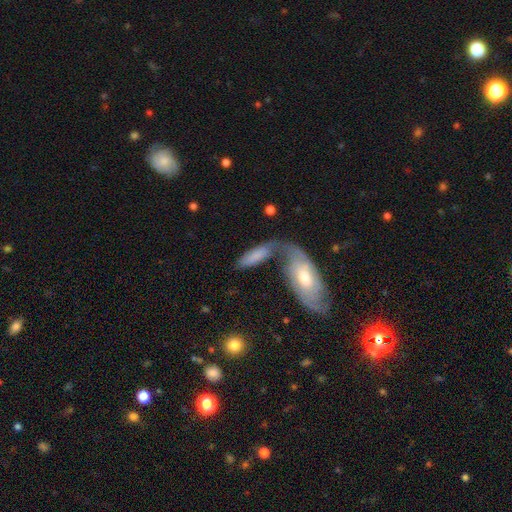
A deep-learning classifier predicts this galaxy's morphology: Smooth or featured? smooth (68%)
How rounded? in between (66%)
Merging? merger (42%)